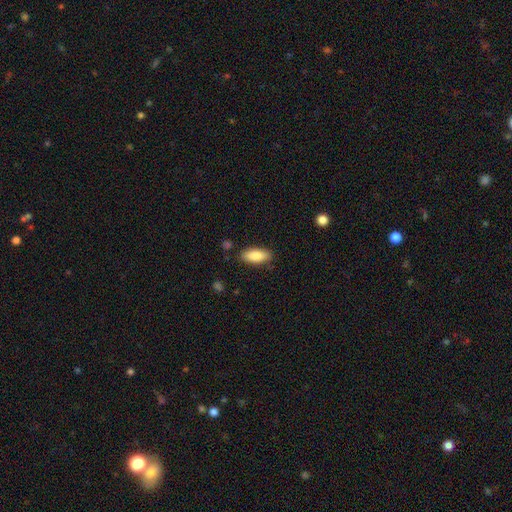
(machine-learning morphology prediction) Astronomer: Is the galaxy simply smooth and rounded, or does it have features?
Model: smooth — 86%.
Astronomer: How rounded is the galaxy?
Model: in between — 82%.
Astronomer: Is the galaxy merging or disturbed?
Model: none — 84%.